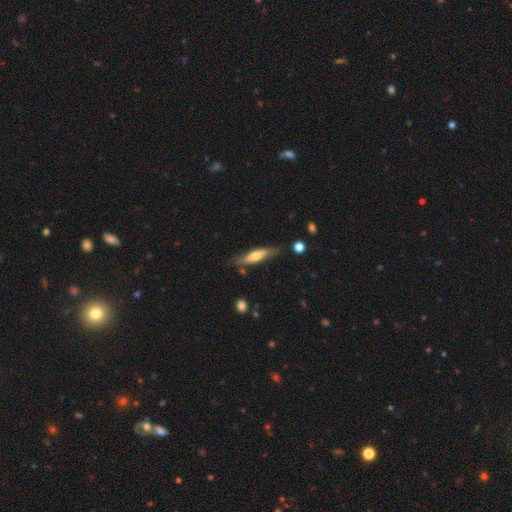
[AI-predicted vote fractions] A smooth galaxy with no disk features (47%, tied with featured or disk). Merging: none (76%).